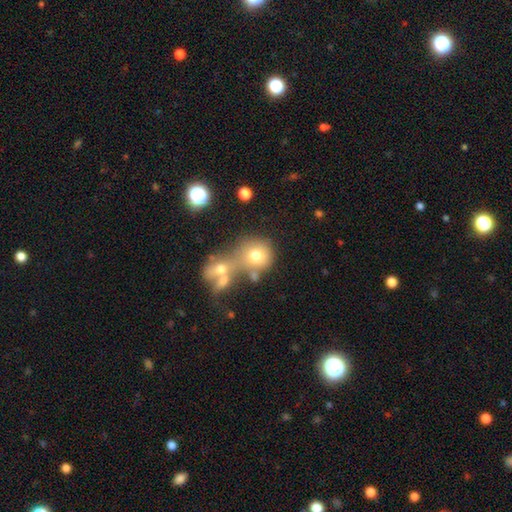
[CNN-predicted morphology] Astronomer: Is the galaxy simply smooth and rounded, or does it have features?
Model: smooth — 71%.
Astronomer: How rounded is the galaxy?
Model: round — 79%.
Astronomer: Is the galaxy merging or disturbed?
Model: merger — 54% (runner-up: none, 30%).